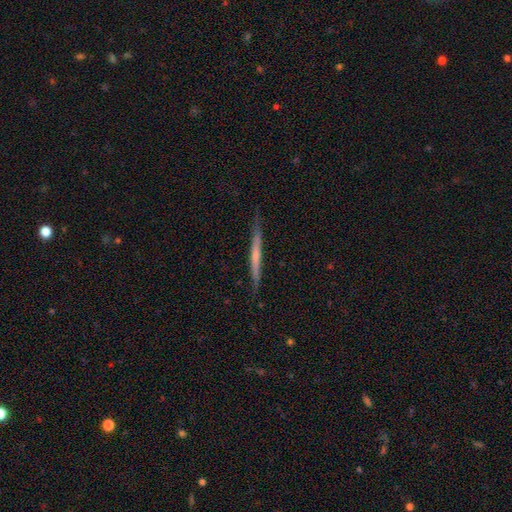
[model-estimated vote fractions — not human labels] This appears to be a featured or disk galaxy (57%) viewed edge-on (97%) with no central bulge (67%). Merging: none (86%).